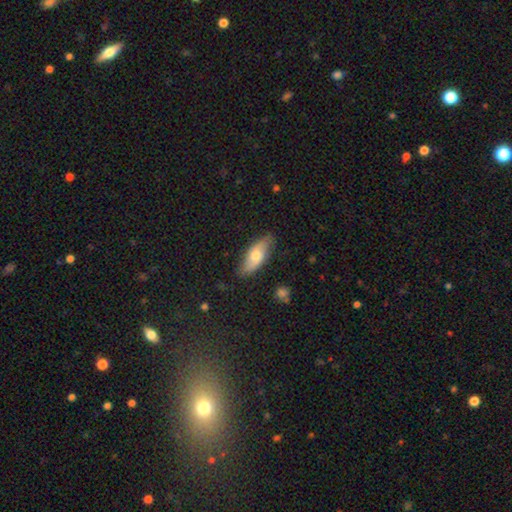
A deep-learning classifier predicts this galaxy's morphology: Overall: smooth (62%; featured or disk 32%). How rounded: in between (77%). Merging: none (80%).